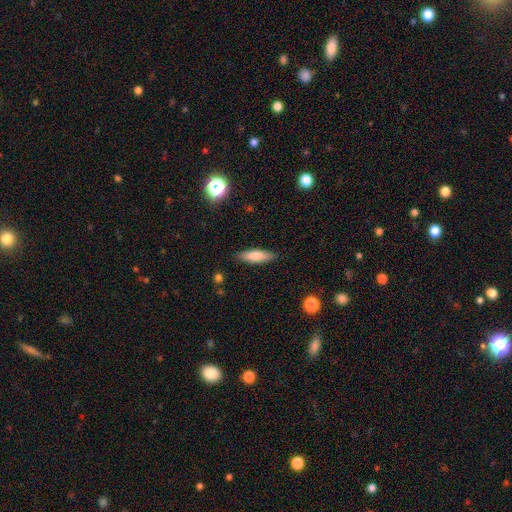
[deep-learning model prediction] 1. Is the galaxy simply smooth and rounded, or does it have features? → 75% smooth, 18% featured or disk, 7% star or artifact.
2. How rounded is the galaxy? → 59% cigar-shaped, 39% in between, 2% round.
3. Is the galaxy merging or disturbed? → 87% none, 9% minor disturbance, 2% major disturbance, 1% merger.